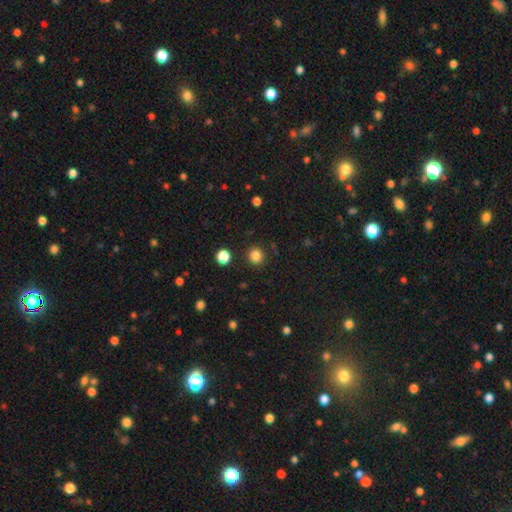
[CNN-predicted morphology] A smooth galaxy with no disk features (84%) that is round (92%). Merging: none (90%).